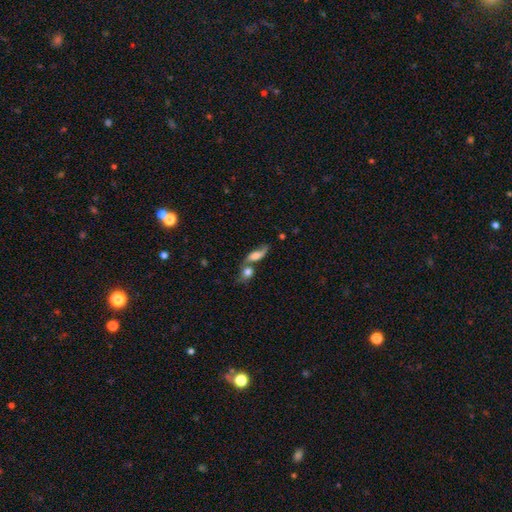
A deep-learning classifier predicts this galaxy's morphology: smooth_or_featured: featured or disk (p=0.49) [alt: smooth p=0.41]
merging: merger (p=0.50) [alt: none p=0.29]